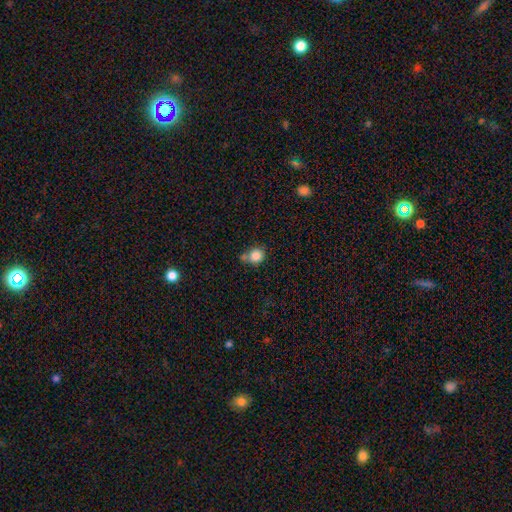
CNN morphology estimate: The model was most divided on "merging": none: 52%, merger: 24%, minor disturbance: 18%, major disturbance: 6%. More confident: smooth or featured — smooth (85%); how rounded — round (82%).